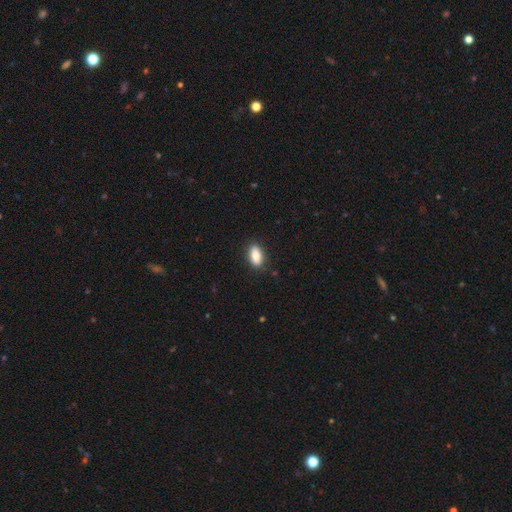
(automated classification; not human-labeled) Smooth or featured? Predicted: smooth (p=0.83). How rounded? Predicted: in between (p=0.87). Merging? Predicted: none (p=0.86).